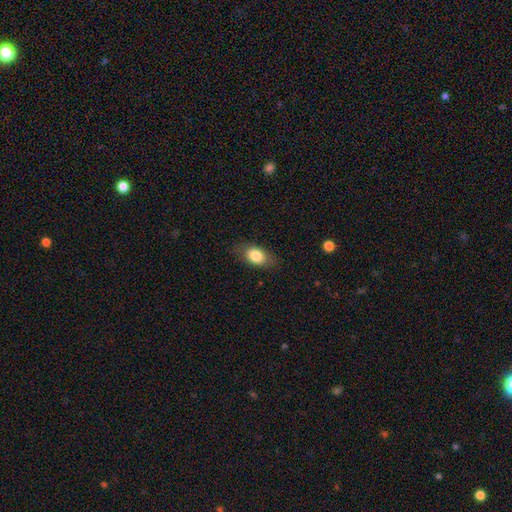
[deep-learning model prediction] The model was most divided on "merging": none: 80%, minor disturbance: 15%, major disturbance: 4%, merger: 1%. More confident: how rounded — in between (83%); smooth or featured — smooth (82%).